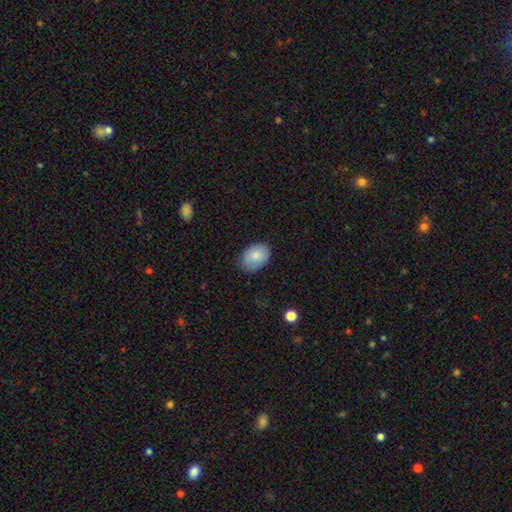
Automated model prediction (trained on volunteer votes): Smooth or featured: smooth — 81% (featured or disk — 12%)
How rounded: in between — 83% (round — 16%)
Merging: none — 72% (minor disturbance — 23%)